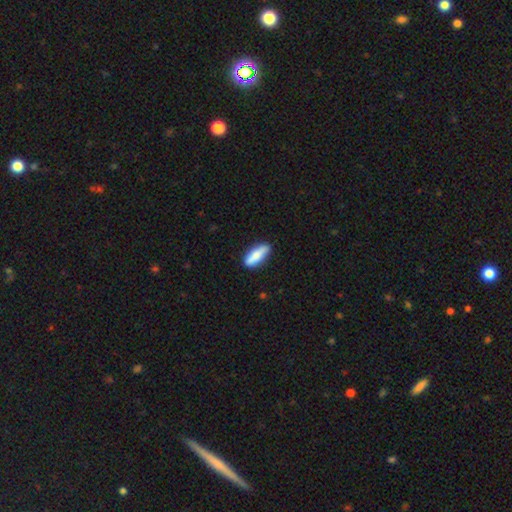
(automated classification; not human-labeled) Smooth or featured?
  - smooth: 76% *
  - featured or disk: 18%
  - star or artifact: 6%
How rounded?
  - in between: 57% *
  - cigar-shaped: 40%
  - round: 2%
Merging?
  - none: 83% *
  - minor disturbance: 13%
  - major disturbance: 2%
  - merger: 1%